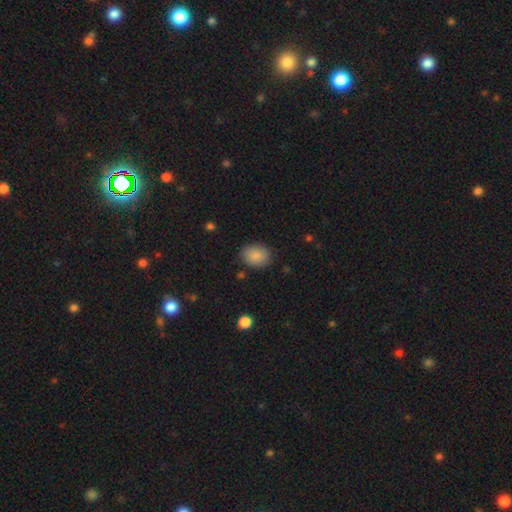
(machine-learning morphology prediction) Smooth or featured? Predicted: smooth (p=0.88). How rounded? Predicted: in between (p=0.58). Merging? Predicted: none (p=0.85).